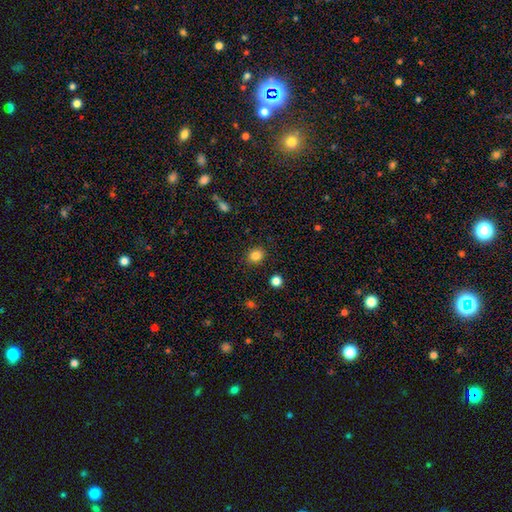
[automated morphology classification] smooth_or_featured: smooth (p=0.84) [alt: star or artifact p=0.11]
how_rounded: round (p=0.70) [alt: in between p=0.29]
merging: none (p=0.89) [alt: minor disturbance p=0.07]